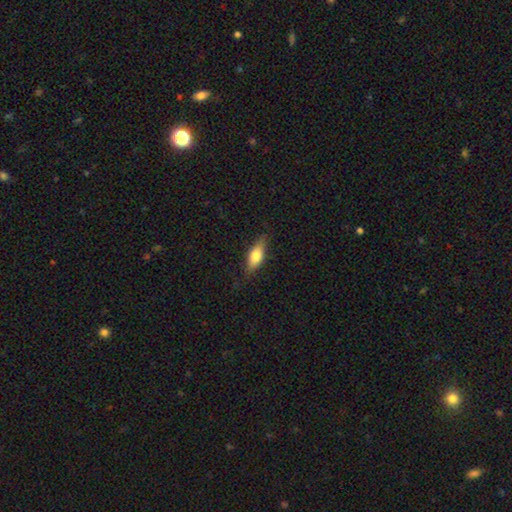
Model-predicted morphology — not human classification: This is likely a smooth galaxy (66%). How rounded: likely in between (70%). Merging: likely none (78%).